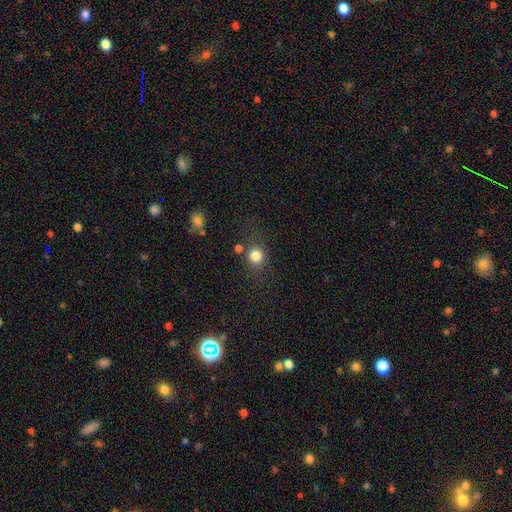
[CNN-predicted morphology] A smooth galaxy with no disk features (82%) that is round (85%).

Vote fractions:
- Smooth or featured? smooth: 82% / star or artifact: 12% / featured or disk: 6%
- How rounded? round: 85% / in between: 14% / cigar-shaped: 1%
- Merging? none: 73% / minor disturbance: 12% / merger: 9% / major disturbance: 6%